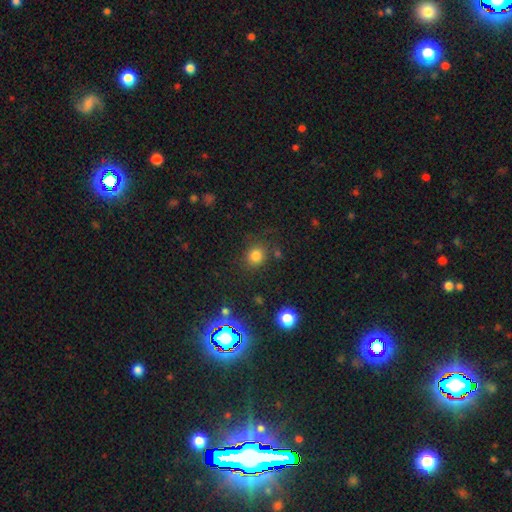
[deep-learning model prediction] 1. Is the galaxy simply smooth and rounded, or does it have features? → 78% smooth, 16% star or artifact, 6% featured or disk.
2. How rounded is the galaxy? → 82% round, 17% in between, 1% cigar-shaped.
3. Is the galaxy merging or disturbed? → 80% none, 11% minor disturbance, 5% major disturbance, 4% merger.